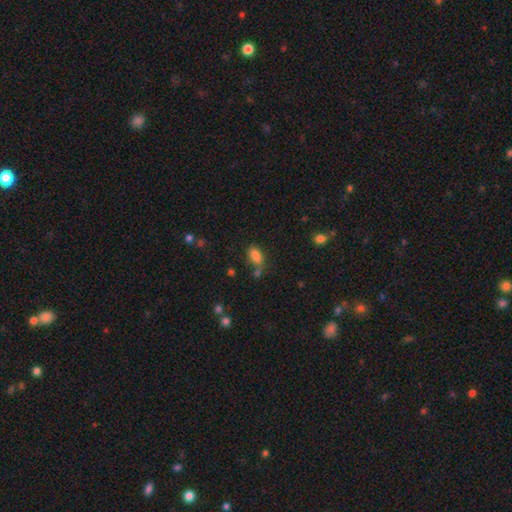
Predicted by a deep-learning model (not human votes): A smooth galaxy with no disk features (83%) that is in between round and cigar-shaped (90%).

Vote fractions:
- Smooth or featured? smooth: 83% / star or artifact: 11% / featured or disk: 6%
- How rounded? in between: 90% / cigar-shaped: 5% / round: 5%
- Merging? none: 60% / minor disturbance: 18% / merger: 16% / major disturbance: 6%